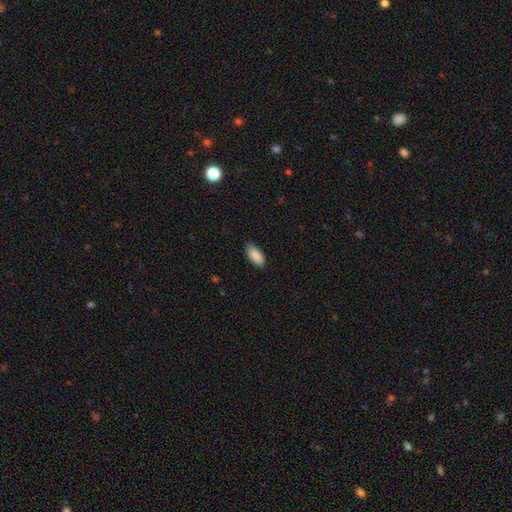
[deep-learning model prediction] Smooth or featured: smooth — 89% (star or artifact — 6%)
How rounded: in between — 91% (cigar-shaped — 7%)
Merging: none — 85% (minor disturbance — 12%)